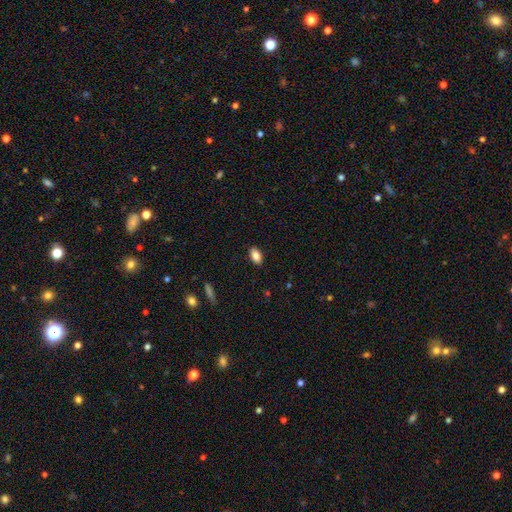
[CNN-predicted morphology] The model was most divided on "smooth or featured": smooth: 84%, star or artifact: 8%, featured or disk: 7%. More confident: how rounded — in between (90%); merging — none (88%).